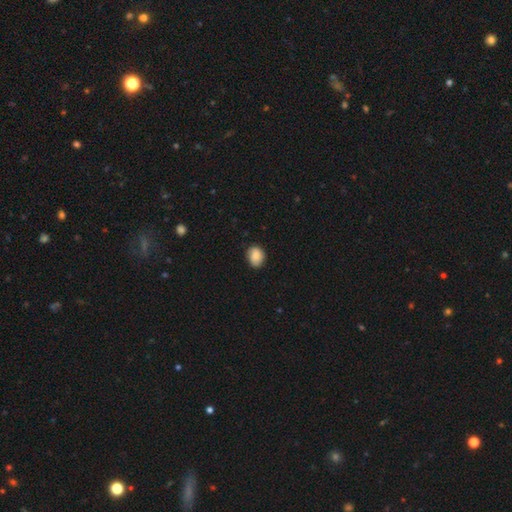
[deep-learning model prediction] The model was most divided on "how rounded": in between: 53%, round: 46%, cigar-shaped: 1%. More confident: smooth or featured — smooth (86%); merging — none (80%).